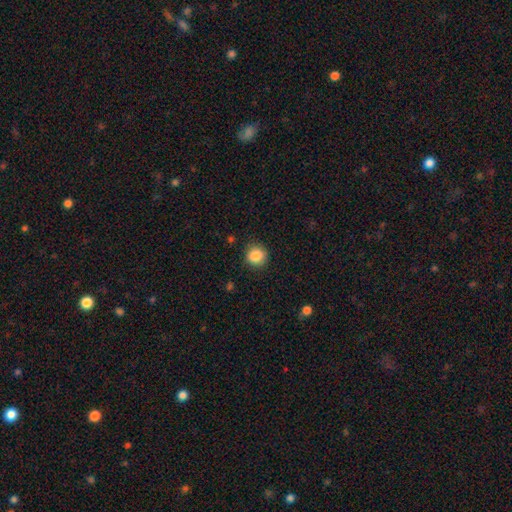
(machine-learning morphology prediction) smooth-or-featured: smooth: 86% | star or artifact: 10% | featured or disk: 4%
  how-rounded: round: 90% | in between: 9% | cigar-shaped: 1%
  merging: none: 88% | minor disturbance: 8% | major disturbance: 2% | merger: 1%